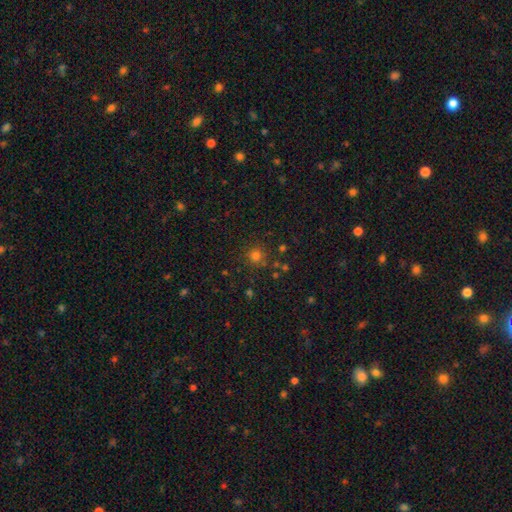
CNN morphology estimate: A smooth galaxy with no disk features (75%) that is round (92%).

Vote fractions:
- Smooth or featured? smooth: 75% / star or artifact: 19% / featured or disk: 6%
- How rounded? round: 92% / in between: 7% / cigar-shaped: 1%
- Merging? none: 83% / minor disturbance: 9% / merger: 5% / major disturbance: 4%